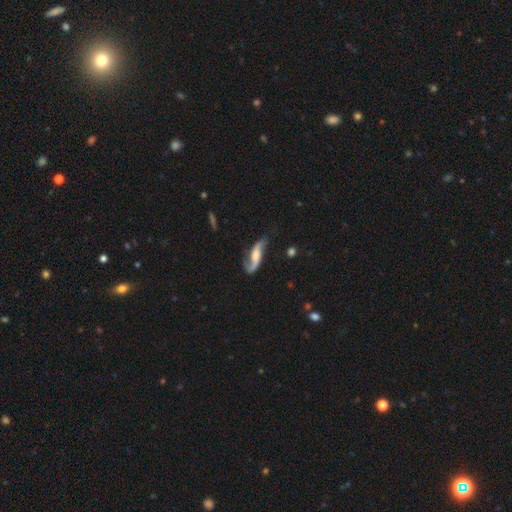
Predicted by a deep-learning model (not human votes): smooth-or-featured: featured or disk: 80% | smooth: 14% | star or artifact: 6%
  disk-edge-on: no: 90% | yes: 10%
    bar: no: 45% | weak: 36% | strong: 19%
    has-spiral-arms: yes: 95% | no: 5%
      spiral-winding: loose: 69% | medium: 24% | tight: 7%
      spiral-arm-count: 2: 80% | 1: 14% | can't tell: 3% | 3: 1% | 4: 1% | more than 4: 1%
    bulge-size: moderate: 40% | small: 24% | large: 18% | none: 15% | dominant: 3%
  merging: none: 57% | minor disturbance: 22% | major disturbance: 16% | merger: 4%